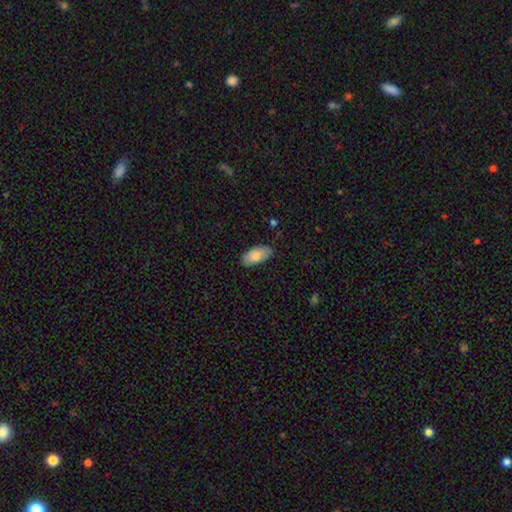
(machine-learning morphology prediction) Overall: smooth (83%). How rounded: in between (92%). Merging: none (83%).